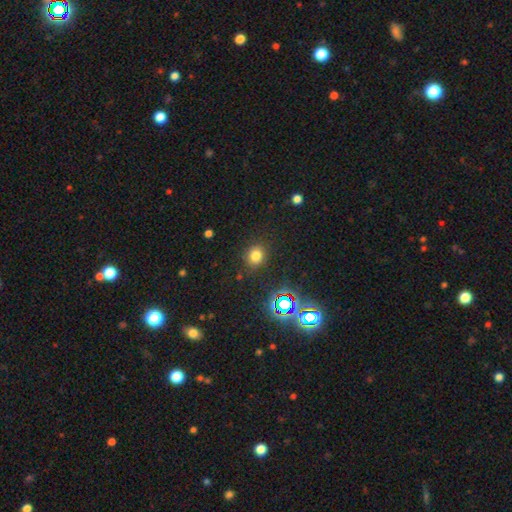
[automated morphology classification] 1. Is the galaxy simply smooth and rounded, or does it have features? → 73% smooth, 20% star or artifact, 7% featured or disk.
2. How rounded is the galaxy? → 73% round, 26% in between, 1% cigar-shaped.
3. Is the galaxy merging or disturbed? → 86% none, 9% minor disturbance, 3% major disturbance, 2% merger.